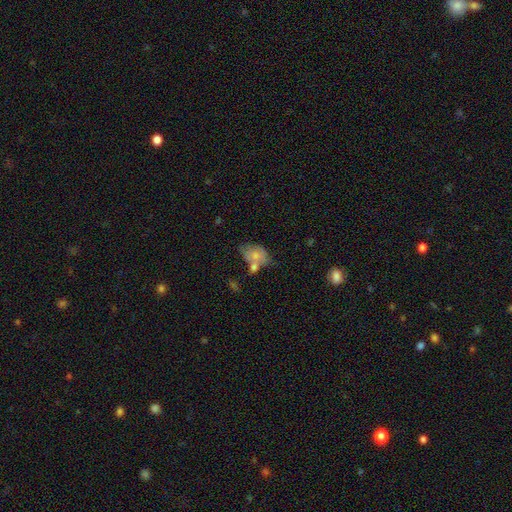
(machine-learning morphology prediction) This appears to be a smooth galaxy with no disk features (65%) that is in between round and cigar-shaped (78%). Merging: merger (37%).